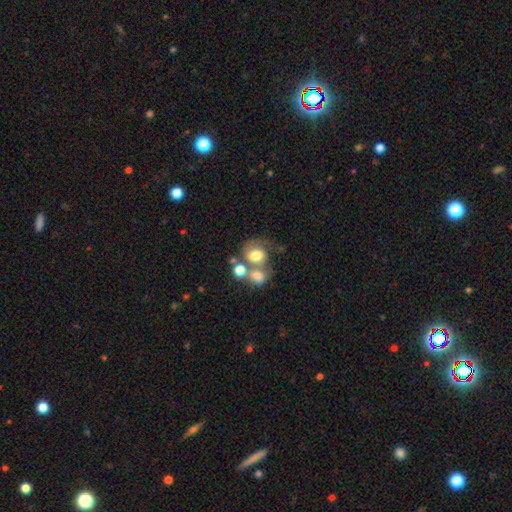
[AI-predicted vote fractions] The model was most divided on "how rounded": round: 61%, in between: 38%, cigar-shaped: 1%. More confident: smooth or featured — smooth (60%); merging — merger (50%).